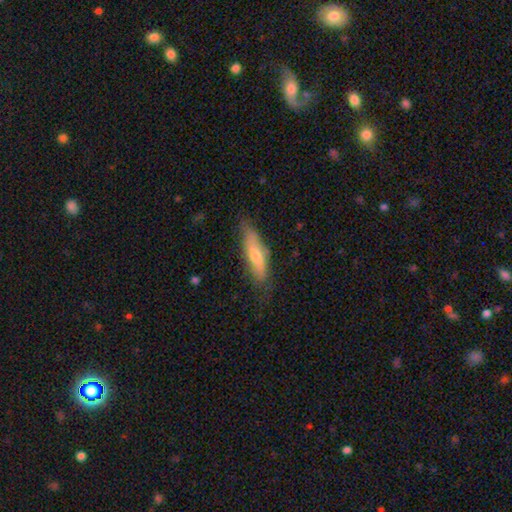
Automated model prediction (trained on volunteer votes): Overall: smooth (59%; featured or disk 35%). How rounded: cigar-shaped (63%; in between 35%). Merging: none (69%).